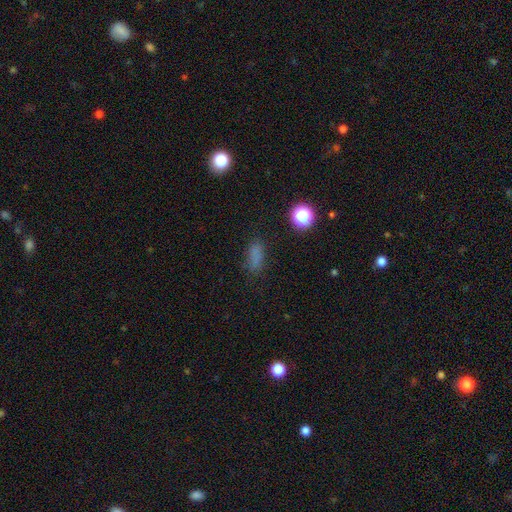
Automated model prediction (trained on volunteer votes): smooth-or-featured: smooth: 72% | star or artifact: 20% | featured or disk: 8%
  how-rounded: in between: 69% | cigar-shaped: 23% | round: 9%
  merging: none: 72% | minor disturbance: 18% | major disturbance: 7% | merger: 3%